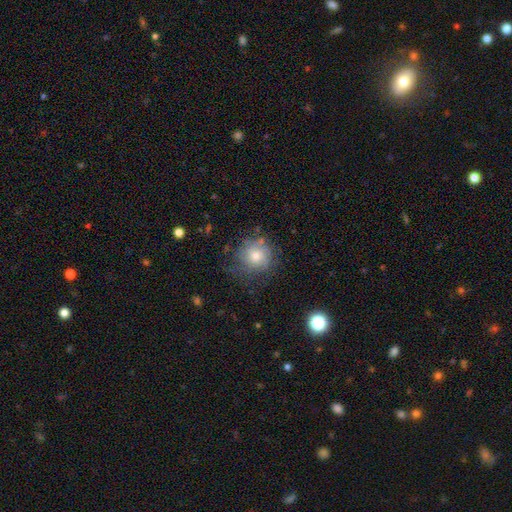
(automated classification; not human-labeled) This is possibly a smooth galaxy (49%). Merging: likely none (65%).